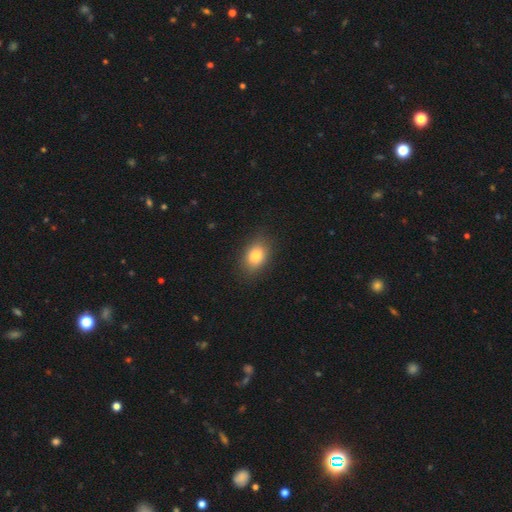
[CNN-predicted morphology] Q: Smooth or featured?
A: smooth (81%); runner-up: featured or disk (9%)
Q: How rounded?
A: in between (76%); runner-up: round (22%)
Q: Merging?
A: none (84%); runner-up: minor disturbance (12%)